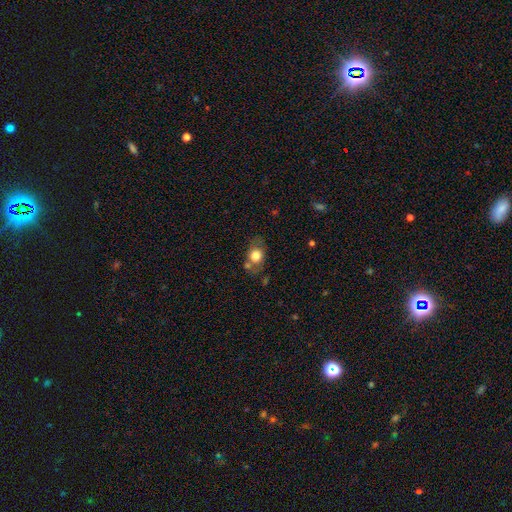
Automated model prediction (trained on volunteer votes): Q: Smooth or featured?
A: smooth (71%); runner-up: featured or disk (20%)
Q: How rounded?
A: in between (54%); runner-up: round (44%)
Q: Merging?
A: none (61%); runner-up: minor disturbance (20%)